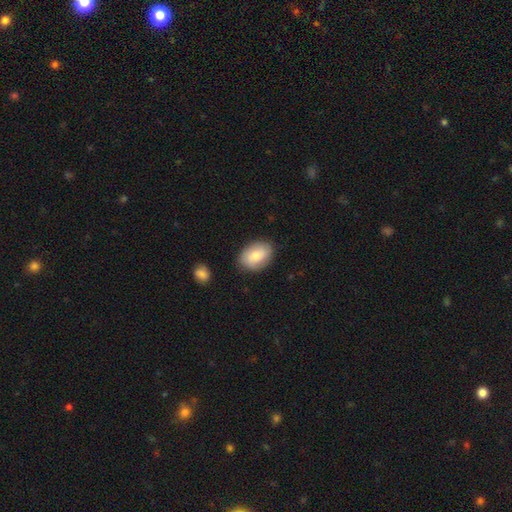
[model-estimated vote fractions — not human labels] Q: Smooth or featured?
A: smooth (77%); runner-up: featured or disk (17%)
Q: How rounded?
A: in between (82%); runner-up: round (16%)
Q: Merging?
A: none (84%); runner-up: minor disturbance (12%)